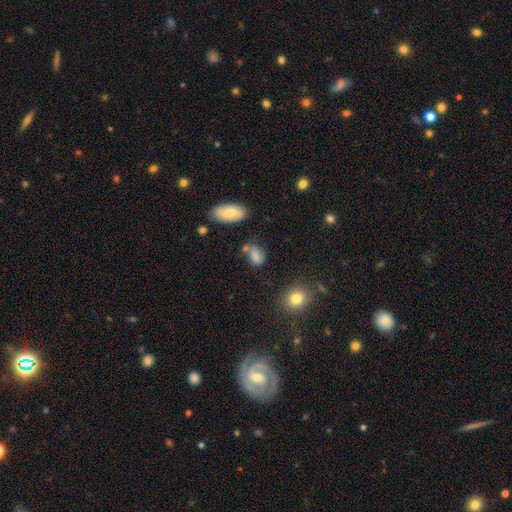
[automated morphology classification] A smooth galaxy with no disk features (74%) that is in between round and cigar-shaped (81%).

Vote fractions:
- Smooth or featured? smooth: 74% / featured or disk: 14% / star or artifact: 13%
- How rounded? in between: 81% / round: 16% / cigar-shaped: 3%
- Merging? none: 51% / minor disturbance: 25% / merger: 14% / major disturbance: 10%